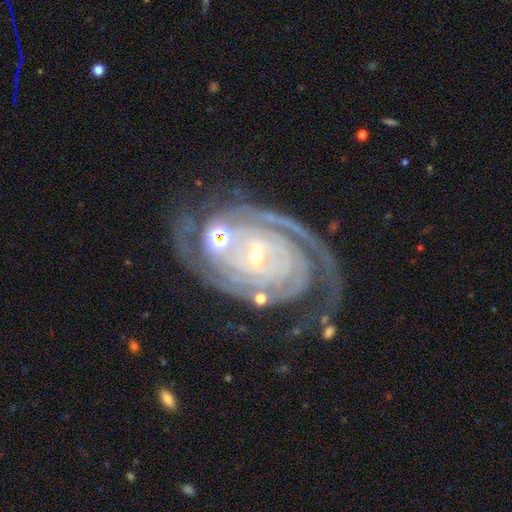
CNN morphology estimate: featured or disk 90%, star or artifact 6%, smooth 4%. Down the decision tree: edge-on disk — no (97%); bar — no (62%); spiral arms — yes (98%); spiral arm count — 2 (41%); spiral winding — tight (83%); bulge size — small (78%); merging — none (62%).